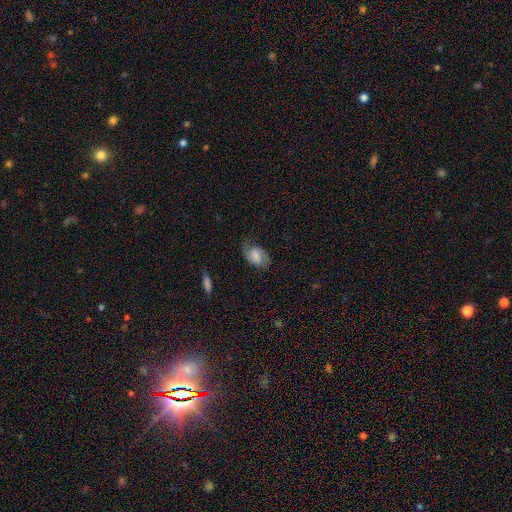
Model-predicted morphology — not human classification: This is possibly a featured or disk galaxy (47%). Merging: likely none (63%).